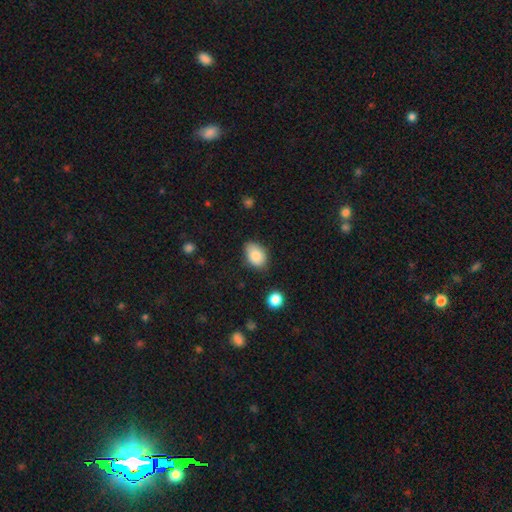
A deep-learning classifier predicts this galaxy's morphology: Smooth or featured? smooth (86%)
How rounded? in between (87%)
Merging? none (75%)